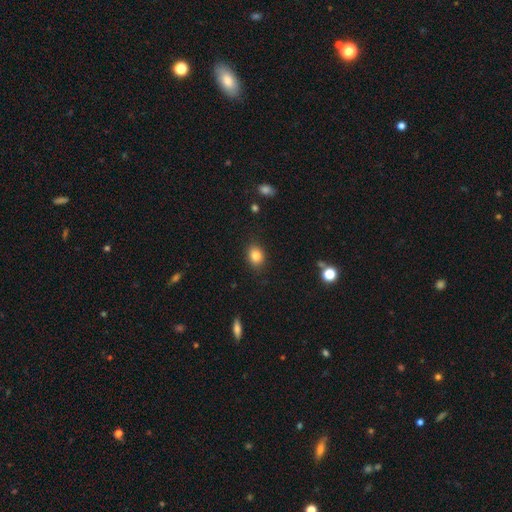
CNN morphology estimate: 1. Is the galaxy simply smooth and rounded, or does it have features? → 83% smooth, 10% star or artifact, 7% featured or disk.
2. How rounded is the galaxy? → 56% in between, 43% round, 1% cigar-shaped.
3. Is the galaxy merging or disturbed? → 86% none, 10% minor disturbance, 3% major disturbance, 1% merger.